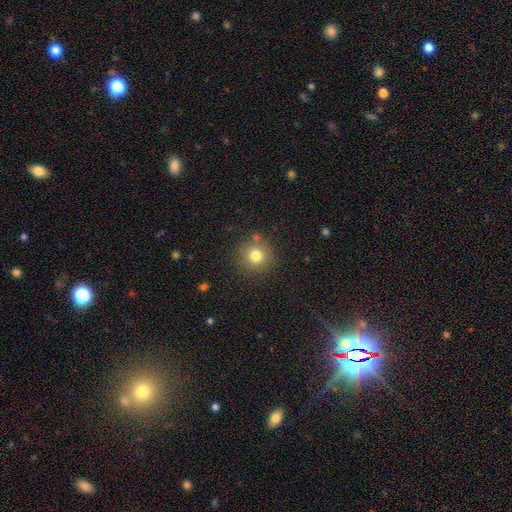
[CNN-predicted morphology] A smooth galaxy with no disk features (78%) that is round (94%).

Vote fractions:
- Smooth or featured? smooth: 78% / star or artifact: 14% / featured or disk: 9%
- How rounded? round: 94% / in between: 5% / cigar-shaped: 1%
- Merging? none: 82% / minor disturbance: 9% / merger: 6% / major disturbance: 3%